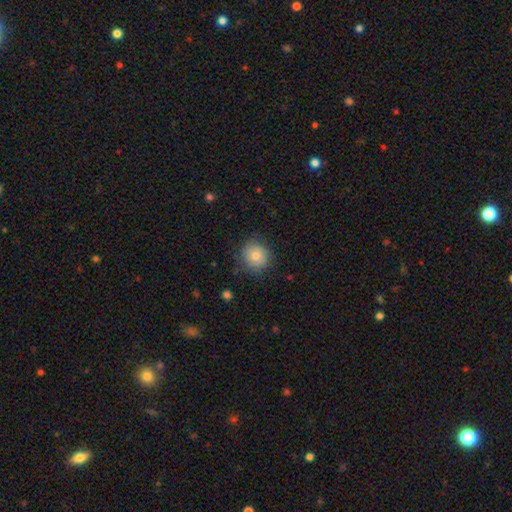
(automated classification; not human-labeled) Smooth or featured? Predicted: smooth (p=0.79). How rounded? Predicted: round (p=0.90). Merging? Predicted: none (p=0.81).